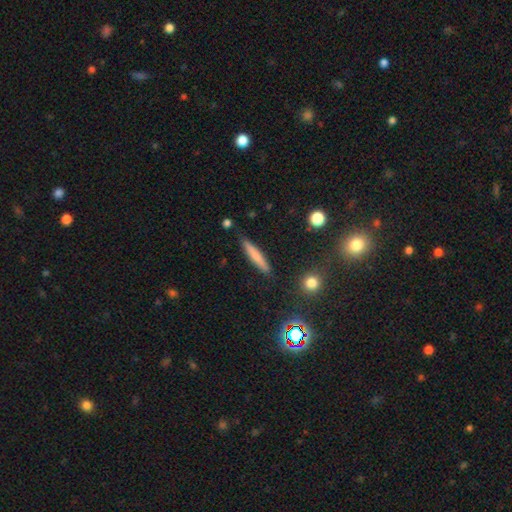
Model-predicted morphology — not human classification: smooth 69%, featured or disk 24%, star or artifact 8%. Down the decision tree: how rounded — cigar-shaped (92%); merging — none (87%).